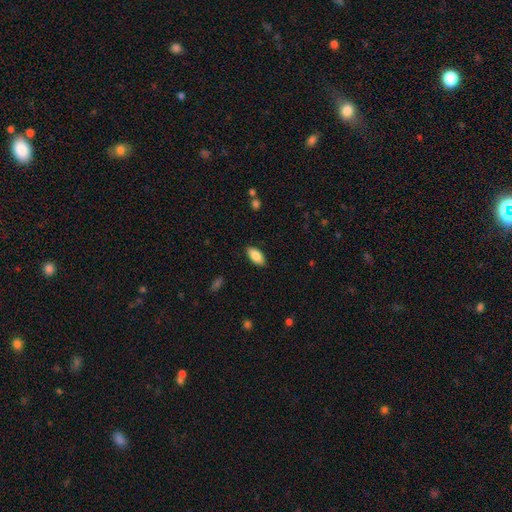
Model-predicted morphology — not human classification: A smooth galaxy with no disk features (87%) that is in between round and cigar-shaped (90%).

Vote fractions:
- Smooth or featured? smooth: 87% / featured or disk: 7% / star or artifact: 6%
- How rounded? in between: 90% / cigar-shaped: 8% / round: 2%
- Merging? none: 87% / minor disturbance: 9% / major disturbance: 2% / merger: 1%